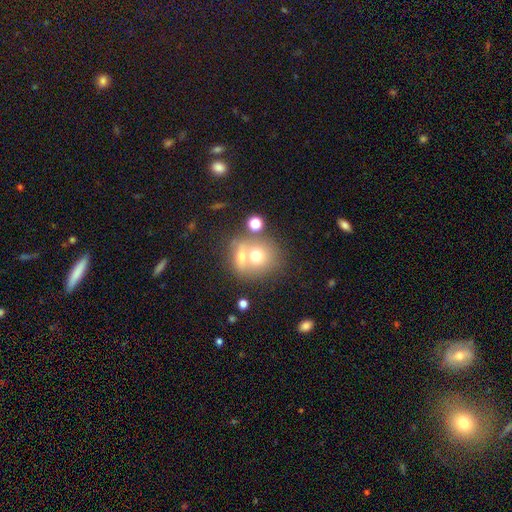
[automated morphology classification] A smooth galaxy with no disk features (66%) that is round (80%).

Vote fractions:
- Smooth or featured? smooth: 66% / featured or disk: 22% / star or artifact: 12%
- How rounded? round: 80% / in between: 19% / cigar-shaped: 1%
- Merging? merger: 48% / none: 39% / minor disturbance: 8% / major disturbance: 5%